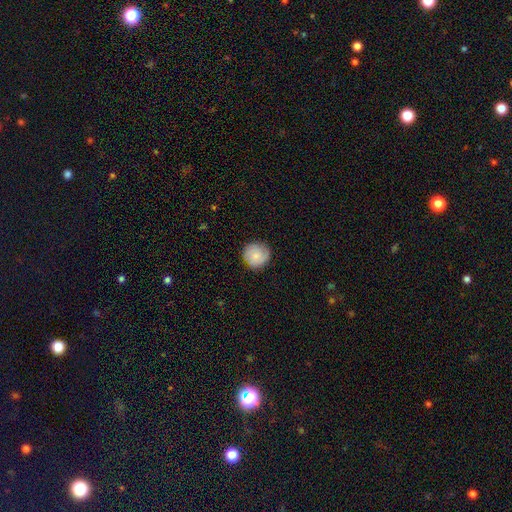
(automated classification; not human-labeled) Smooth or featured? smooth (77%)
How rounded? round (93%)
Merging? none (83%)